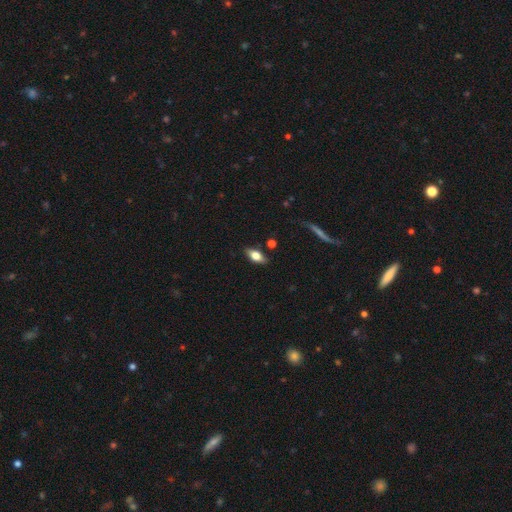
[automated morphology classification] Q: Smooth or featured?
A: smooth (67%); runner-up: featured or disk (25%)
Q: How rounded?
A: in between (82%); runner-up: cigar-shaped (13%)
Q: Merging?
A: none (83%); runner-up: minor disturbance (12%)